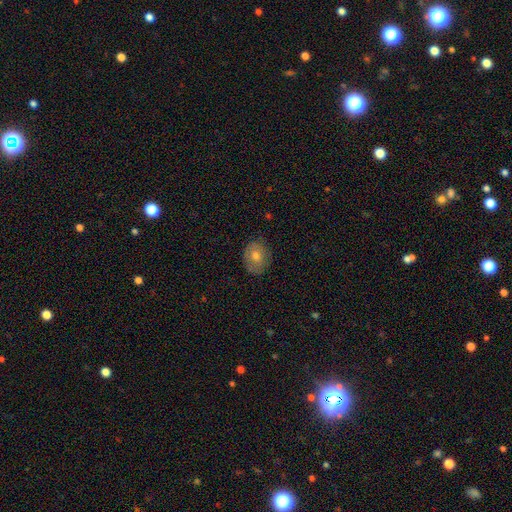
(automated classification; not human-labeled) Smooth or featured?
  - smooth: 52% *
  - featured or disk: 38%
  - star or artifact: 10%
How rounded?
  - round: 51% *
  - in between: 48%
  - cigar-shaped: 1%
Merging?
  - none: 80% *
  - minor disturbance: 16%
  - major disturbance: 4%
  - merger: 1%